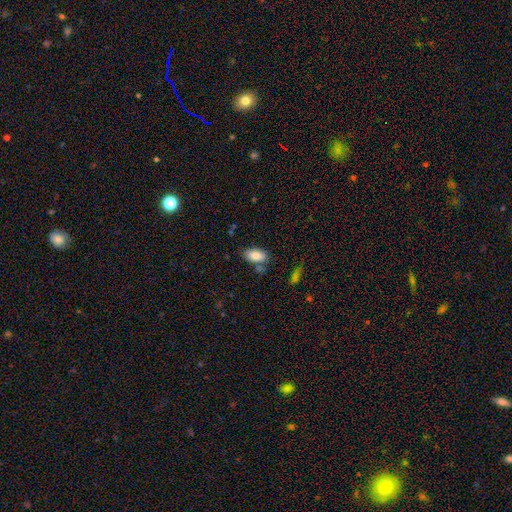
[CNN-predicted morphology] Smooth or featured? smooth (85%)
How rounded? in between (93%)
Merging? none (72%)